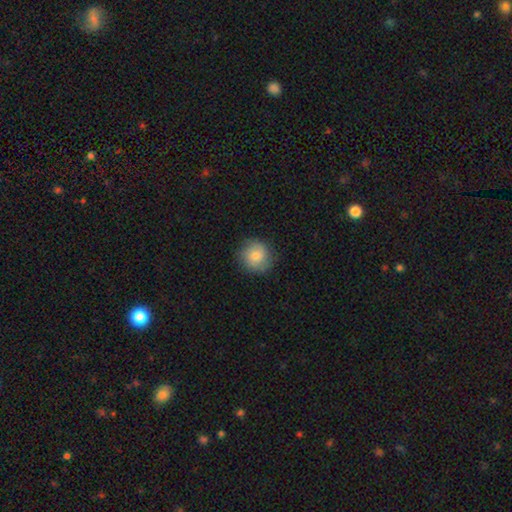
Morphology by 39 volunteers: Smooth or featured? 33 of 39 (85%) said smooth. How rounded? 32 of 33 (97%) said round. Merging? 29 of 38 (76%) said none.